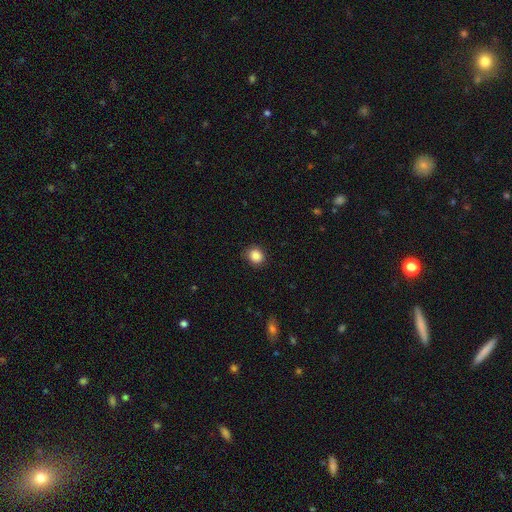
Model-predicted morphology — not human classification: smooth-or-featured: smooth: 87% | star or artifact: 9% | featured or disk: 3%
  how-rounded: round: 75% | in between: 24% | cigar-shaped: 1%
  merging: none: 86% | minor disturbance: 11% | major disturbance: 2% | merger: 1%